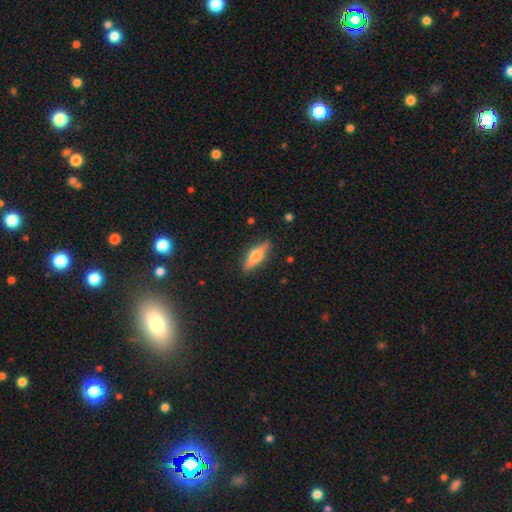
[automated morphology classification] smooth_or_featured: featured or disk (p=0.47) [alt: smooth p=0.46]
merging: none (p=0.87) [alt: minor disturbance p=0.10]